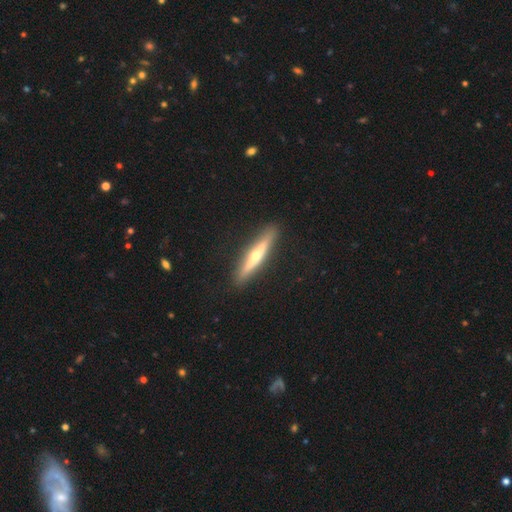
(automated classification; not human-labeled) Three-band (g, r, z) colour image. It shows a featured or disk galaxy (69%) viewed edge-on (95%) with a rounded central bulge (89%). Merging: none (91%).